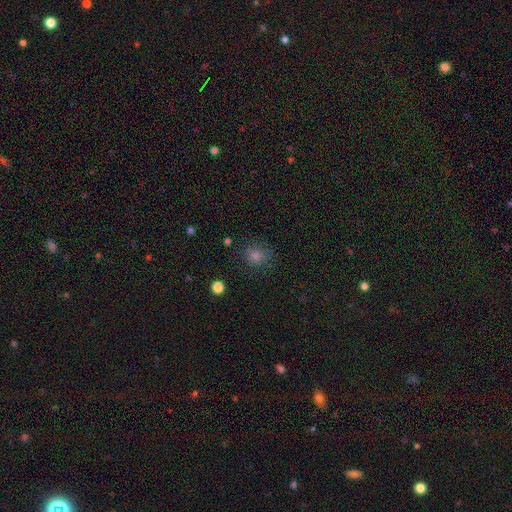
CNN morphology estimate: Smooth or featured? Predicted: smooth (p=0.64). How rounded? Predicted: round (p=0.82). Merging? Predicted: none (p=0.79).